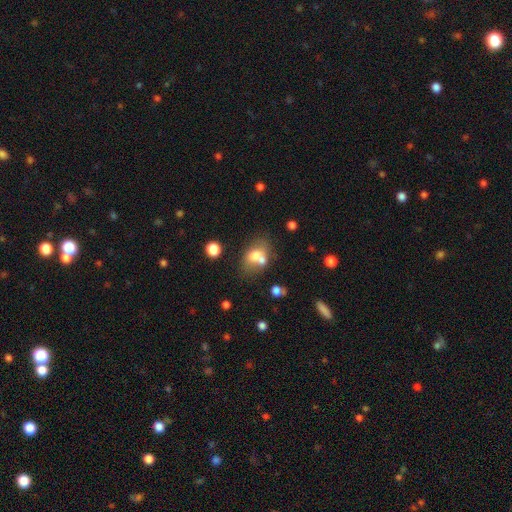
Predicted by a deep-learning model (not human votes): Smooth or featured?
  - smooth: 67% *
  - featured or disk: 21%
  - star or artifact: 12%
How rounded?
  - in between: 63% *
  - round: 35%
  - cigar-shaped: 2%
Merging?
  - merger: 42% *
  - none: 37%
  - minor disturbance: 14%
  - major disturbance: 8%